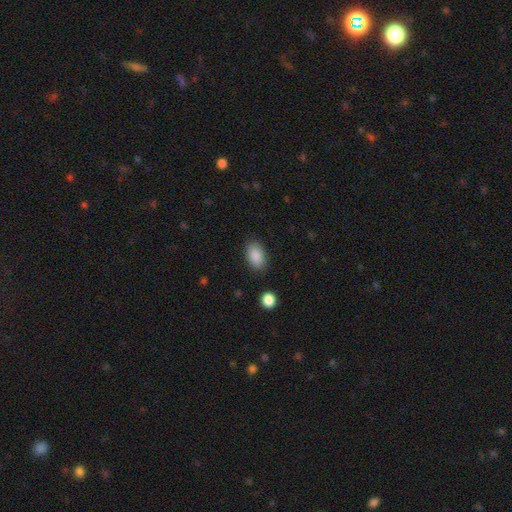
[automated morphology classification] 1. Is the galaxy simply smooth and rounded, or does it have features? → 89% smooth, 7% star or artifact, 4% featured or disk.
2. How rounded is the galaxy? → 91% in between, 8% round, 1% cigar-shaped.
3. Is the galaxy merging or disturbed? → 86% none, 9% minor disturbance, 3% major disturbance, 1% merger.